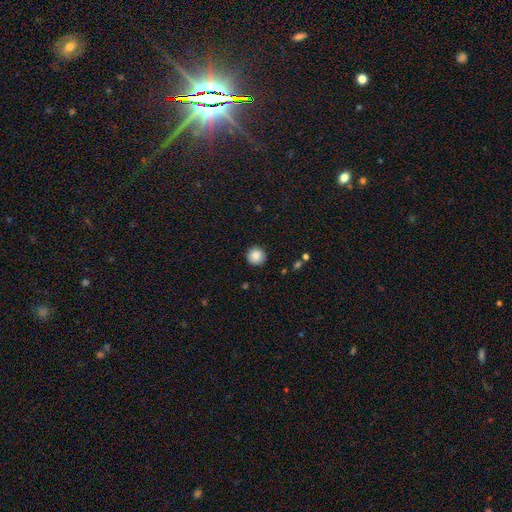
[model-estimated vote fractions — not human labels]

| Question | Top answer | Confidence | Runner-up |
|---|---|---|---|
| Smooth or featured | smooth | 87% | star or artifact (9%) |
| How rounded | round | 95% | in between (4%) |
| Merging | none | 91% | minor disturbance (6%) |